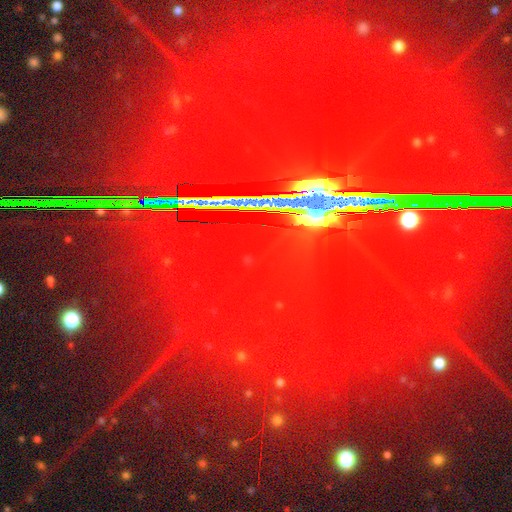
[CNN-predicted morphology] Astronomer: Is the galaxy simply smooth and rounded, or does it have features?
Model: star or artifact — 81%.